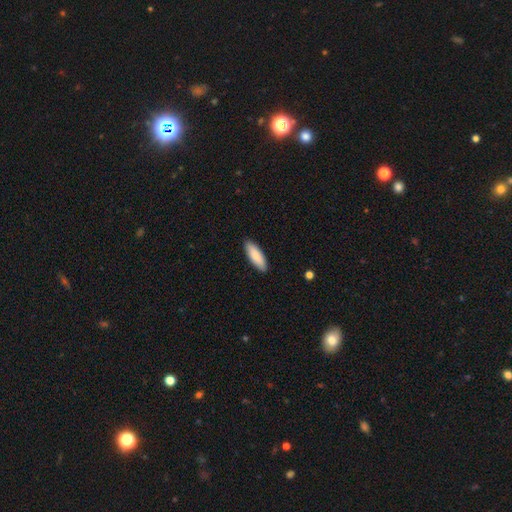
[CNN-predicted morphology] A smooth galaxy with no disk features (87%) that is in between round and cigar-shaped (58%).

Vote fractions:
- Smooth or featured? smooth: 87% / featured or disk: 8% / star or artifact: 5%
- How rounded? in between: 58% / cigar-shaped: 41% / round: 2%
- Merging? none: 90% / minor disturbance: 7% / major disturbance: 1% / merger: 1%